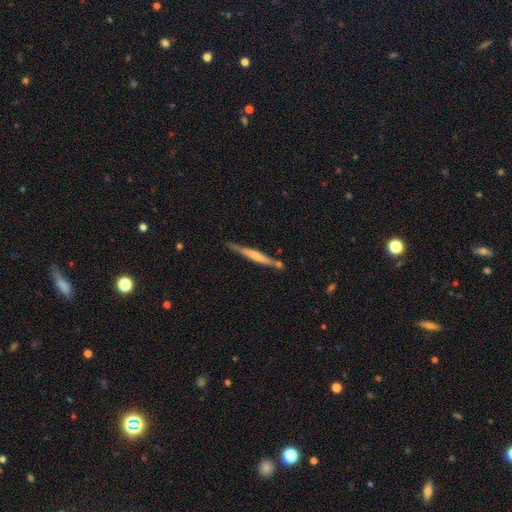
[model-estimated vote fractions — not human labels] Smooth or featured?
  - featured or disk: 48% *
  - smooth: 47%
  - star or artifact: 5%
Merging?
  - none: 75% *
  - minor disturbance: 14%
  - merger: 8%
  - major disturbance: 3%